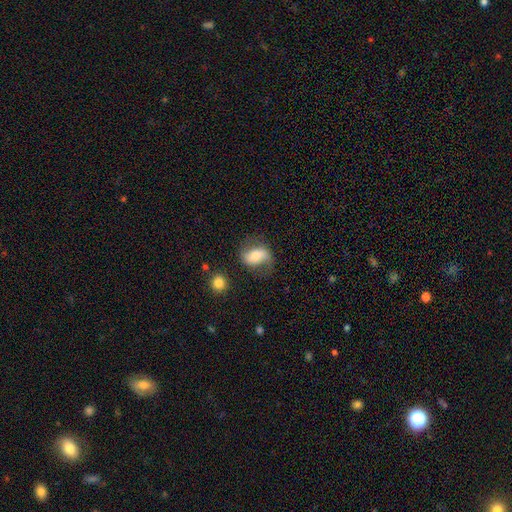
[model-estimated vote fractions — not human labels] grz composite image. It shows a featured or disk galaxy (49%). Merging: none (60%).